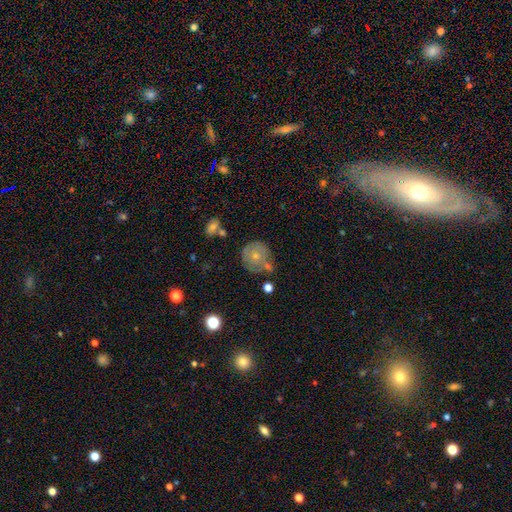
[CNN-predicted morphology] This is possibly a smooth galaxy (48%). Merging: possibly none (51%).